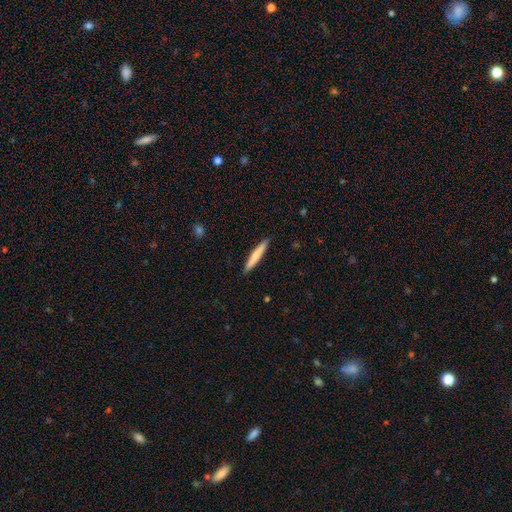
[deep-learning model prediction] The model was most divided on "smooth or featured": smooth: 70%, featured or disk: 25%, star or artifact: 5%. More confident: how rounded — cigar-shaped (94%); merging — none (91%).